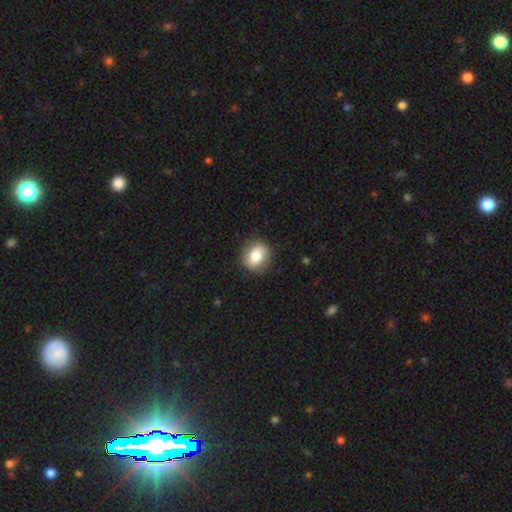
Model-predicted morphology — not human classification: smooth-or-featured: smooth: 75% | featured or disk: 18% | star or artifact: 8%
  how-rounded: round: 66% | in between: 33% | cigar-shaped: 1%
  merging: none: 84% | minor disturbance: 12% | major disturbance: 3% | merger: 1%